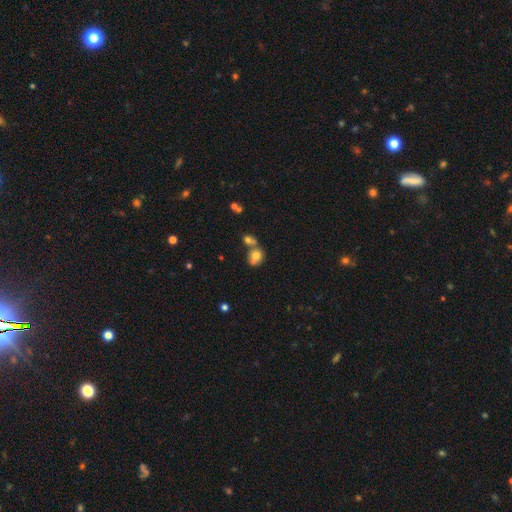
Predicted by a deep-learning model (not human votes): smooth_or_featured: smooth (p=0.72) [alt: featured or disk p=0.16]
how_rounded: round (p=0.58) [alt: in between p=0.40]
merging: merger (p=0.43) [alt: none p=0.39]